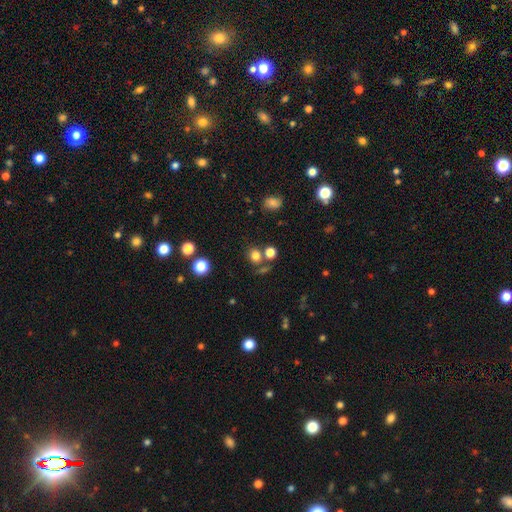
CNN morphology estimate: The model was most divided on "merging": none: 67%, merger: 18%, minor disturbance: 10%, major disturbance: 5%. More confident: how rounded — round (80%); smooth or featured — smooth (76%).